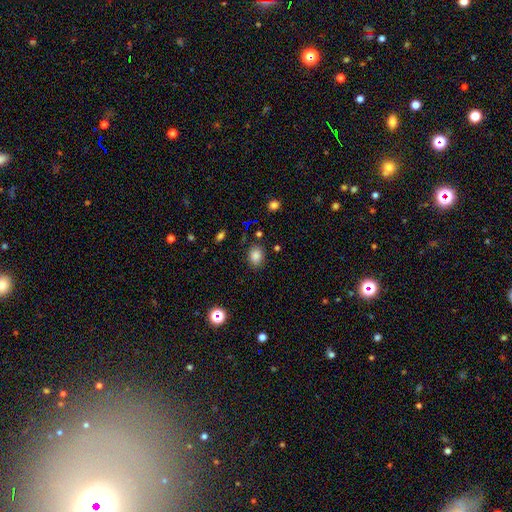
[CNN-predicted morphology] A smooth galaxy with no disk features (83%) that is in between round and cigar-shaped (55%). Merging: none (84%).